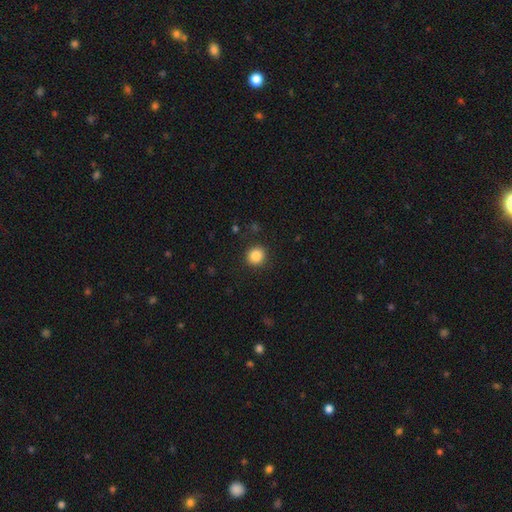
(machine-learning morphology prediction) smooth 86%, star or artifact 10%, featured or disk 4%. Down the decision tree: how rounded — round (89%); merging — none (90%).